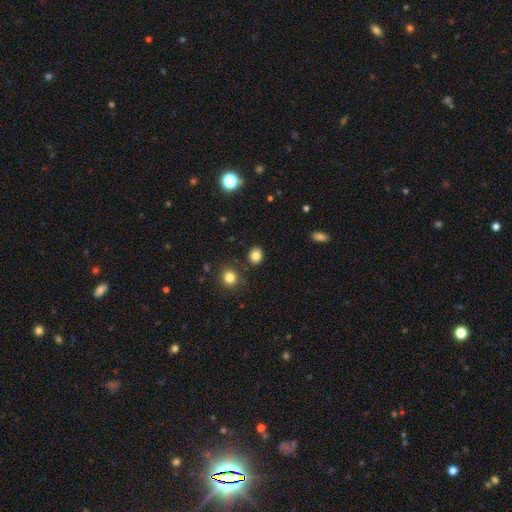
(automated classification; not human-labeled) Smooth or featured? Predicted: smooth (p=0.83). How rounded? Predicted: round (p=0.67). Merging? Predicted: none (p=0.86).